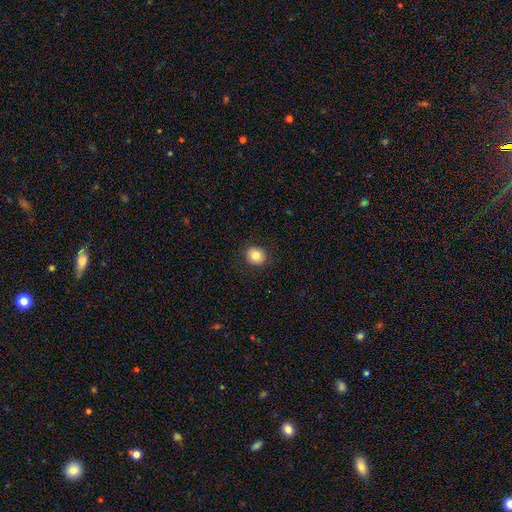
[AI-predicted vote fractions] Overall: smooth (83%). How rounded: round (84%). Merging: none (91%).